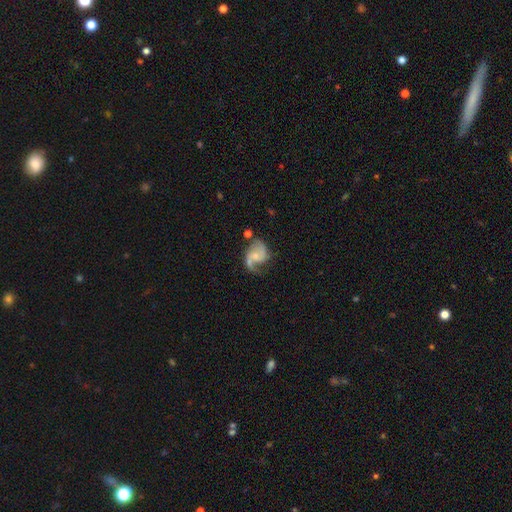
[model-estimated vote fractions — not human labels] Smooth or featured?
  - featured or disk: 79% *
  - smooth: 14%
  - star or artifact: 6%
Edge-on disk?
  - no: 98% *
  - yes: 2%
Bar?
  - no: 58% *
  - weak: 36%
  - strong: 7%
Spiral arms?
  - yes: 94% *
  - no: 6%
Spiral winding?
  - loose: 44% * (tied)
  - medium: 44% * (tied)
  - tight: 12%
Spiral arm count?
  - 2: 80% *
  - 1: 11%
  - can't tell: 4%
  - 3: 2%
  - 4: 1%
  - more than 4: 1%
Bulge size?
  - small: 49% *
  - moderate: 27%
  - none: 19%
  - large: 3%
  - dominant: 1%
Merging?
  - none: 49% *
  - minor disturbance: 23%
  - major disturbance: 19%
  - merger: 9%